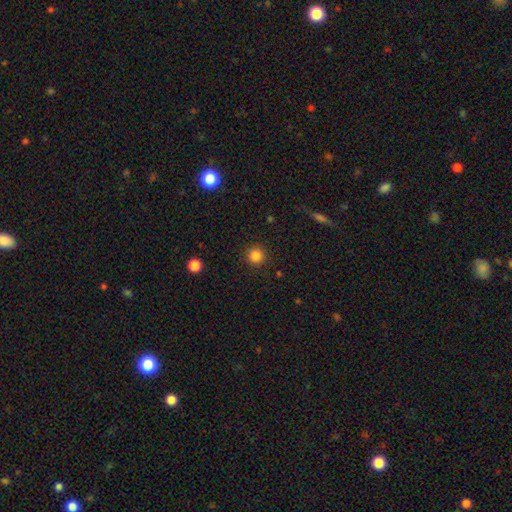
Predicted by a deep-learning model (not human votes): Q: Smooth or featured?
A: smooth (85%); runner-up: star or artifact (12%)
Q: How rounded?
A: round (95%); runner-up: in between (4%)
Q: Merging?
A: none (91%); runner-up: minor disturbance (6%)